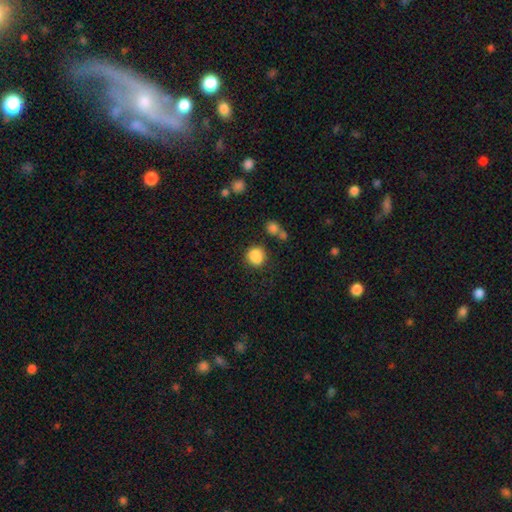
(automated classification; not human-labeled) smooth-or-featured: smooth: 87% | star or artifact: 9% | featured or disk: 4%
  how-rounded: round: 80% | in between: 19% | cigar-shaped: 1%
  merging: none: 74% | minor disturbance: 14% | merger: 7% | major disturbance: 5%